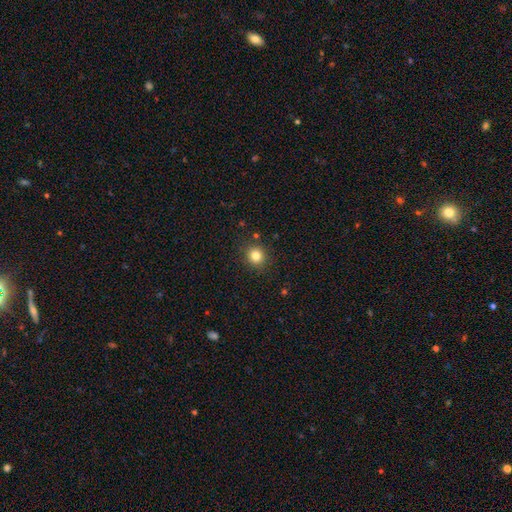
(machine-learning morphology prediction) Q: Smooth or featured?
A: smooth (82%); runner-up: star or artifact (12%)
Q: How rounded?
A: round (88%); runner-up: in between (12%)
Q: Merging?
A: none (89%); runner-up: minor disturbance (7%)